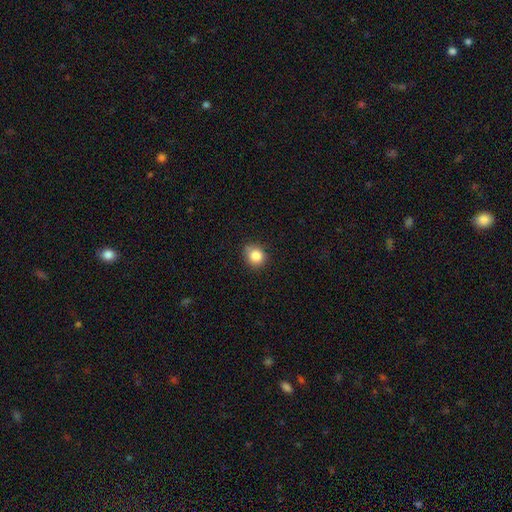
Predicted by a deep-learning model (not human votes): Smooth or featured? smooth (84%)
How rounded? round (80%)
Merging? none (78%)